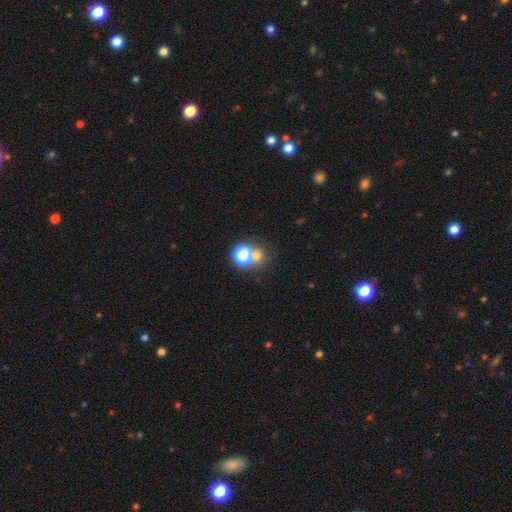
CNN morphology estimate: A smooth galaxy with no disk features (65%) that is round (82%). Merging: none (49%).